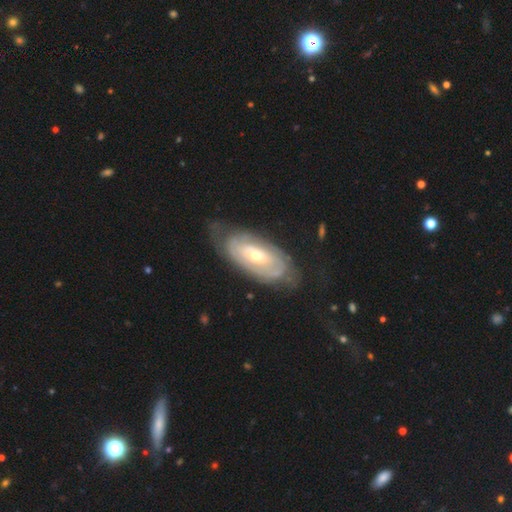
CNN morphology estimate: smooth_or_featured: featured or disk (p=0.74) [alt: smooth p=0.21]
disk_edge_on: no (p=0.91) [alt: yes p=0.09]
bar: no (p=0.67) [alt: weak p=0.25]
has_spiral_arms: yes (p=0.73) [alt: no p=0.27]
bulge_size: moderate (p=0.52) [alt: small p=0.43]
merging: none (p=0.65) [alt: minor disturbance p=0.22]